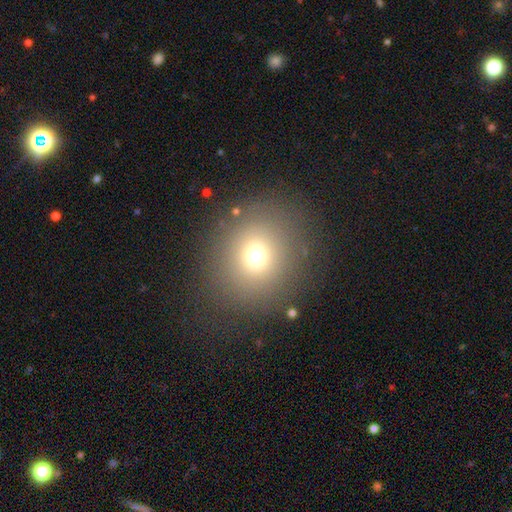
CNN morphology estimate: This appears to be a smooth galaxy with no disk features (70%) that is round (86%). Merging: none (86%).